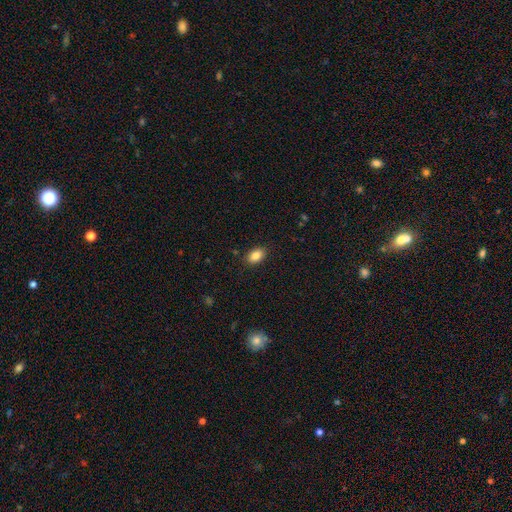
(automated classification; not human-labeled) Smooth or featured: smooth — 86% (star or artifact — 8%)
How rounded: in between — 88% (round — 10%)
Merging: none — 88% (minor disturbance — 9%)